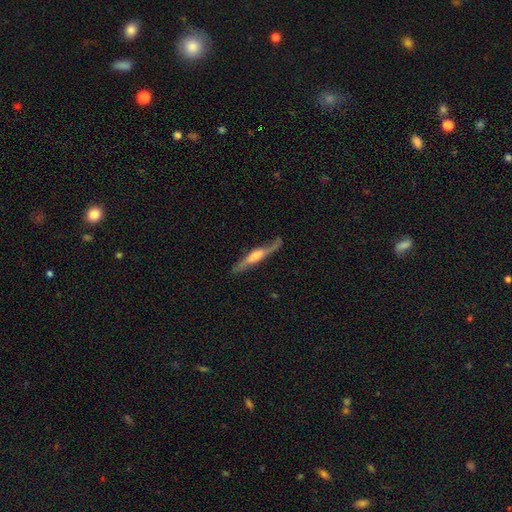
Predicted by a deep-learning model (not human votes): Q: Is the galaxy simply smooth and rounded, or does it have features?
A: featured or disk — 75%.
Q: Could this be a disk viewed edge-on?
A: yes — 85%.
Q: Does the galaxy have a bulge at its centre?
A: rounded — 68%.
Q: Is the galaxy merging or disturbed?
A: none — 76%.